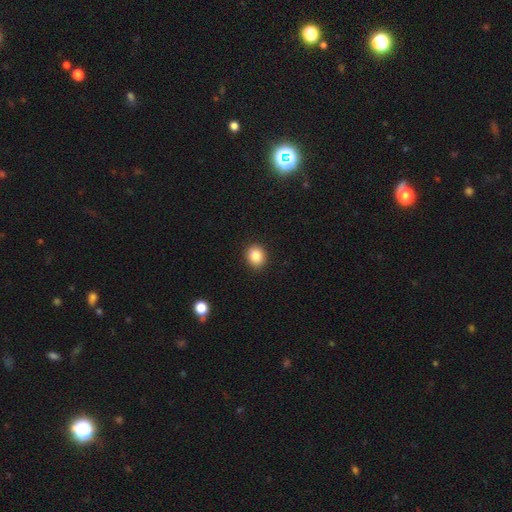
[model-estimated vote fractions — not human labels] smooth-or-featured: smooth: 86% | star or artifact: 9% | featured or disk: 4%
  how-rounded: round: 63% | in between: 36% | cigar-shaped: 1%
  merging: none: 91% | minor disturbance: 6% | major disturbance: 2% | merger: 1%